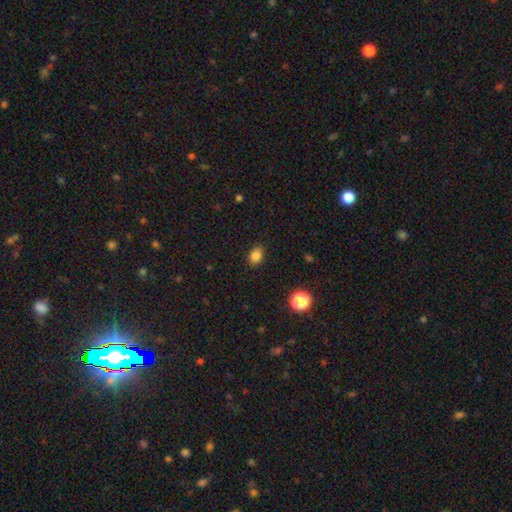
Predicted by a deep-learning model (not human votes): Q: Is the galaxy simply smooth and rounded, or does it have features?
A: smooth — 83%.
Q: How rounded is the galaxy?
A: in between — 66%.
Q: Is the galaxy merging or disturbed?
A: none — 87%.